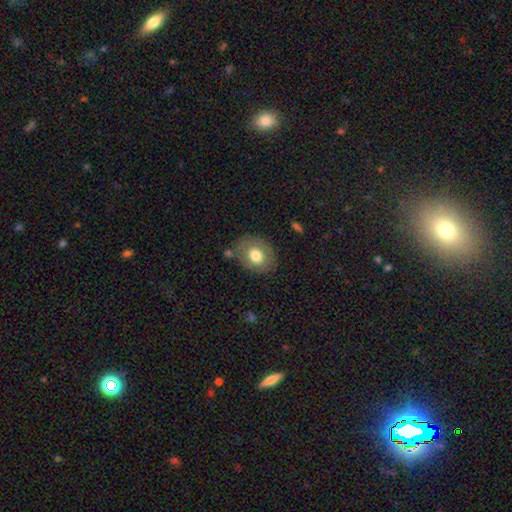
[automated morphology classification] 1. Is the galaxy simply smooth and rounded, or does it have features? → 69% smooth, 23% featured or disk, 8% star or artifact.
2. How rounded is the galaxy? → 60% in between, 40% round, 1% cigar-shaped.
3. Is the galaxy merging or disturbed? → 75% none, 15% minor disturbance, 5% major disturbance, 4% merger.